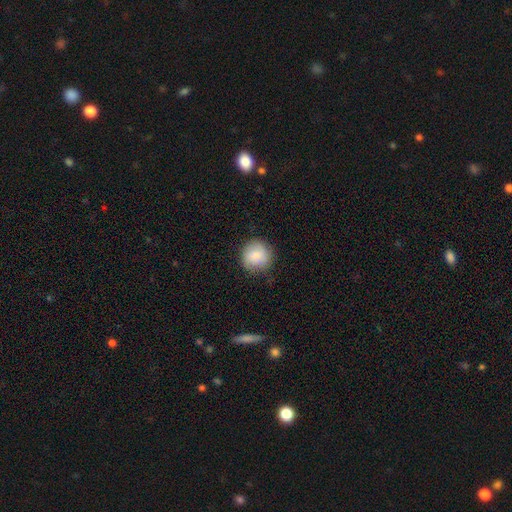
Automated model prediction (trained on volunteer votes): smooth-or-featured: smooth: 82% | featured or disk: 11% | star or artifact: 7%
  how-rounded: round: 92% | in between: 7% | cigar-shaped: 1%
  merging: none: 84% | minor disturbance: 12% | major disturbance: 3% | merger: 1%